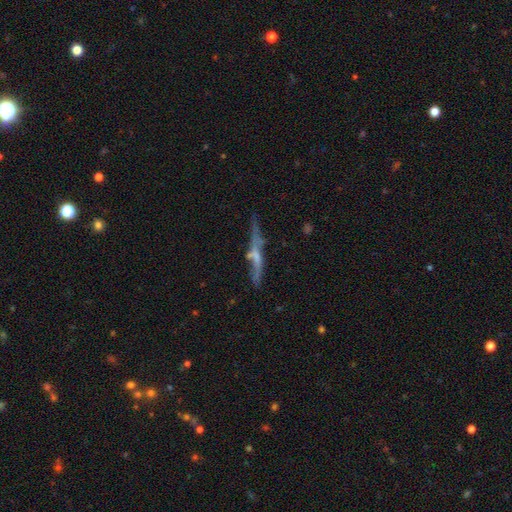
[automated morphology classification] A featured or disk galaxy (61%) viewed edge-on (83%) with no central bulge (45%).

Vote fractions:
- Smooth or featured? featured or disk: 61% / smooth: 29% / star or artifact: 10%
- Edge-on disk? yes: 83% / no: 17%
- Edge-on bulge? none: 45% / rounded: 42% / boxy: 13%
- Merging? none: 59% / minor disturbance: 22% / major disturbance: 11% / merger: 8%